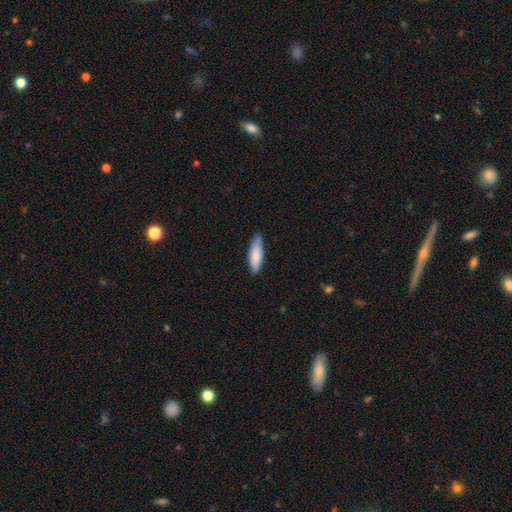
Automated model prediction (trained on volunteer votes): A smooth galaxy with no disk features (81%) that is cigar-shaped (52%). Merging: none (80%).